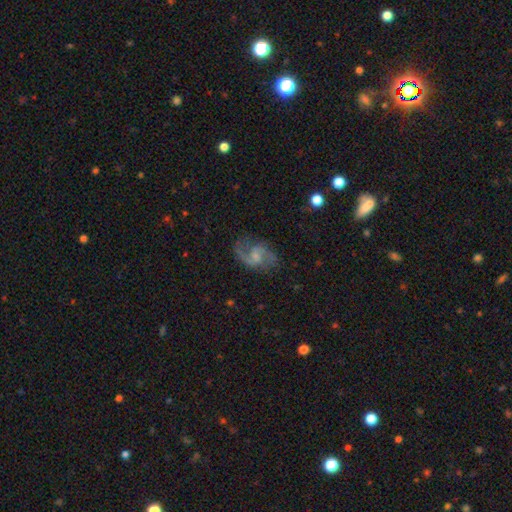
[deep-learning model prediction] Q: Smooth or featured?
A: featured or disk (82%); runner-up: smooth (12%)
Q: Edge-on disk?
A: no (98%); runner-up: yes (2%)
Q: Bar?
A: weak (47%); runner-up: no (44%)
Q: Spiral arms?
A: yes (95%); runner-up: no (5%)
Q: Spiral winding?
A: loose (48%); runner-up: medium (43%)
Q: Spiral arm count?
A: 2 (89%); runner-up: can't tell (4%)
Q: Bulge size?
A: small (52%); runner-up: moderate (27%)
Q: Merging?
A: none (69%); runner-up: minor disturbance (18%)